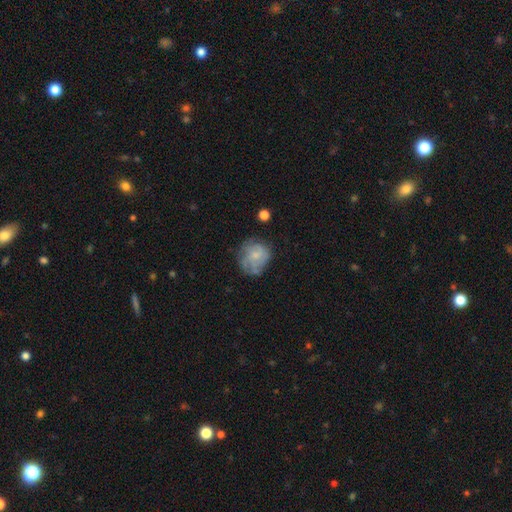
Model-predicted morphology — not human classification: smooth-or-featured: featured or disk: 46% | smooth: 45% | star or artifact: 9%
  merging: none: 60% | minor disturbance: 24% | major disturbance: 13% | merger: 2%